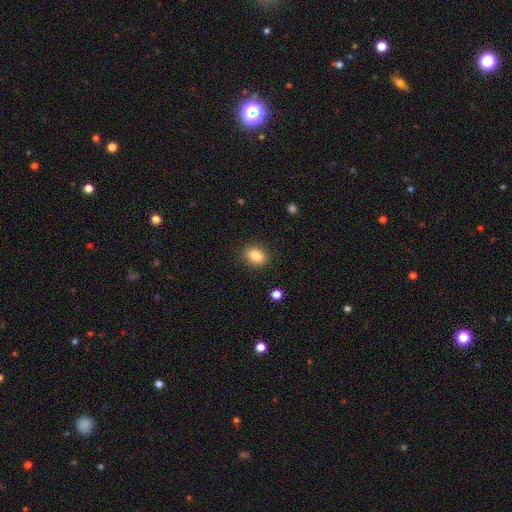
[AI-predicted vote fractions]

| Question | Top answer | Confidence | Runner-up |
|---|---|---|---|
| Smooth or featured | smooth | 85% | star or artifact (9%) |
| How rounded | in between | 64% | round (34%) |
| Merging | none | 88% | minor disturbance (8%) |